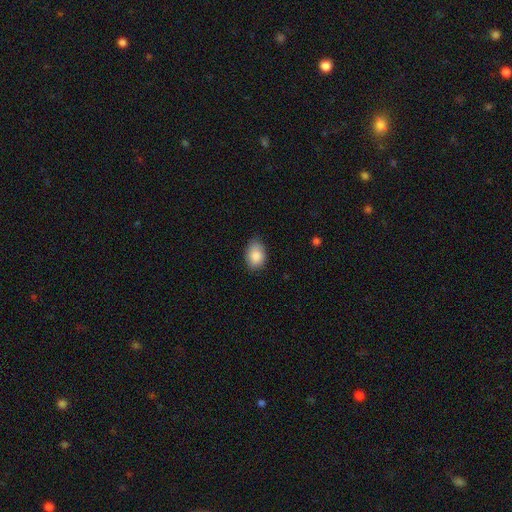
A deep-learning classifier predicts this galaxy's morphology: smooth 87%, star or artifact 7%, featured or disk 6%. Down the decision tree: how rounded — in between (77%); merging — none (77%).